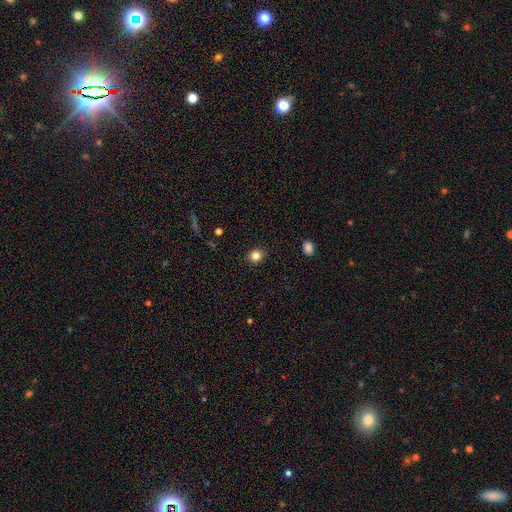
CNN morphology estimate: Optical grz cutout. It shows a smooth galaxy with no disk features (83%) that is round (84%). Merging: none (91%).